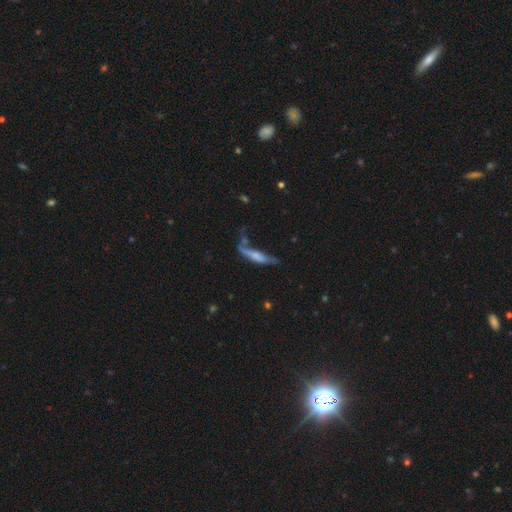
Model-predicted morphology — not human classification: A smooth galaxy with no disk features (50%) that is cigar-shaped (82%). Merging: none (37%).